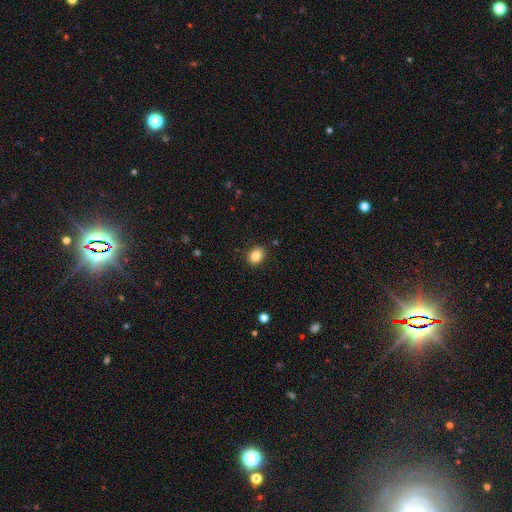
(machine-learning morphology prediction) A smooth galaxy with no disk features (84%) that is in between round and cigar-shaped (56%).

Vote fractions:
- Smooth or featured? smooth: 84% / star or artifact: 10% / featured or disk: 6%
- How rounded? in between: 56% / round: 43% / cigar-shaped: 1%
- Merging? none: 87% / minor disturbance: 9% / major disturbance: 2% / merger: 1%